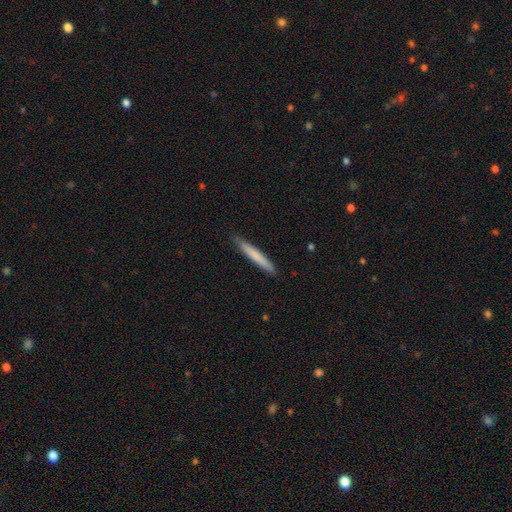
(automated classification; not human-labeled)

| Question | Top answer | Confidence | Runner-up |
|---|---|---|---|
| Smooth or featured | smooth | 73% | featured or disk (21%) |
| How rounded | cigar-shaped | 96% | in between (3%) |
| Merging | none | 88% | minor disturbance (10%) |